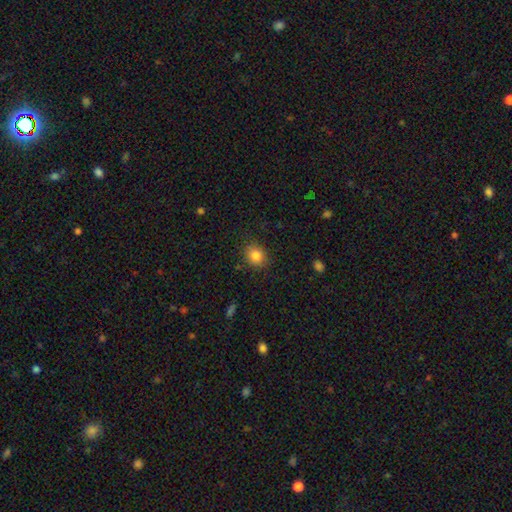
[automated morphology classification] This is clearly a smooth galaxy (84%). How rounded: likely round (67%). Merging: clearly none (85%).